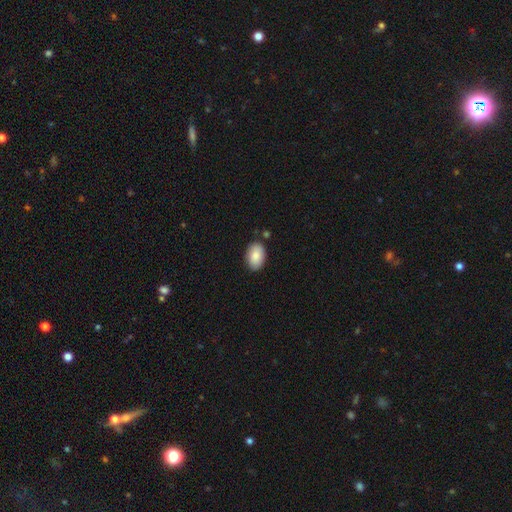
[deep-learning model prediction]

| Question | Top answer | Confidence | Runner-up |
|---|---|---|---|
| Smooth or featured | smooth | 87% | featured or disk (7%) |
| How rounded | in between | 89% | round (10%) |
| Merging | none | 84% | minor disturbance (11%) |